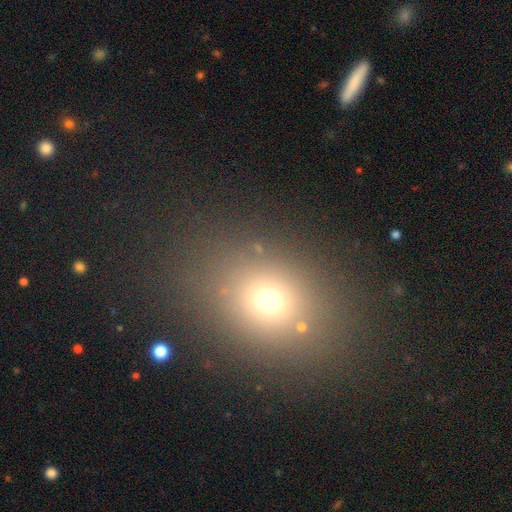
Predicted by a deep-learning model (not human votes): Smooth or featured?
  - smooth: 64% *
  - star or artifact: 25%
  - featured or disk: 11%
How rounded?
  - round: 50% *
  - in between: 48%
  - cigar-shaped: 2%
Merging?
  - none: 83% *
  - minor disturbance: 9%
  - major disturbance: 4%
  - merger: 3%